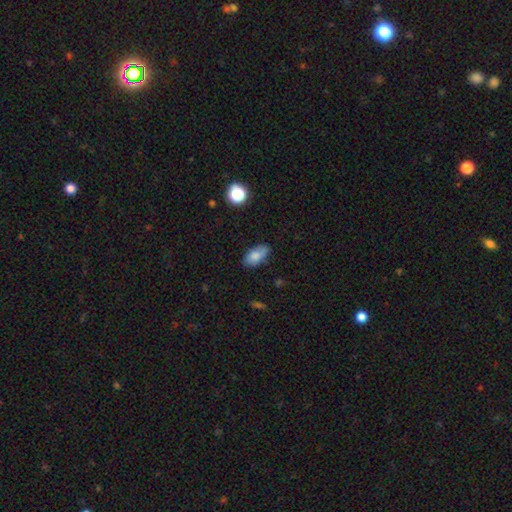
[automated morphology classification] A smooth galaxy with no disk features (81%) that is in between round and cigar-shaped (91%).

Vote fractions:
- Smooth or featured? smooth: 81% / featured or disk: 11% / star or artifact: 8%
- How rounded? in between: 91% / cigar-shaped: 5% / round: 5%
- Merging? none: 77% / minor disturbance: 18% / major disturbance: 3% / merger: 2%